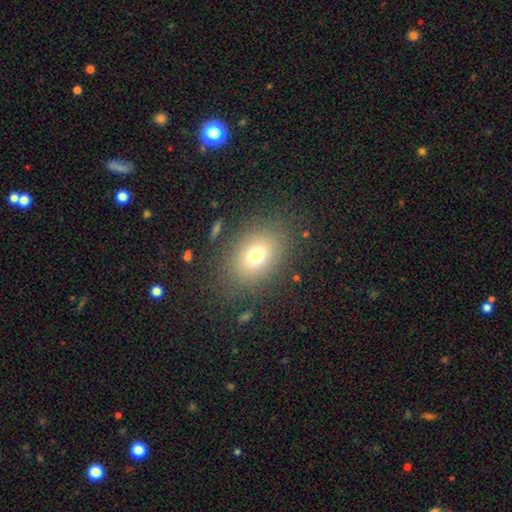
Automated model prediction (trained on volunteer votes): The model was most divided on "how rounded": in between: 70%, round: 29%, cigar-shaped: 1%. More confident: merging — none (83%); smooth or featured — smooth (73%).